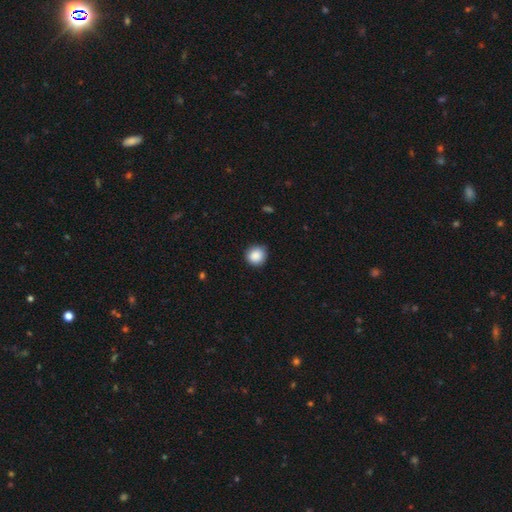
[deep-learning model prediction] Smooth or featured?
  - smooth: 88% *
  - star or artifact: 9%
  - featured or disk: 3%
How rounded?
  - round: 92% *
  - in between: 7%
  - cigar-shaped: 1%
Merging?
  - none: 85% *
  - minor disturbance: 12%
  - major disturbance: 2%
  - merger: 1%